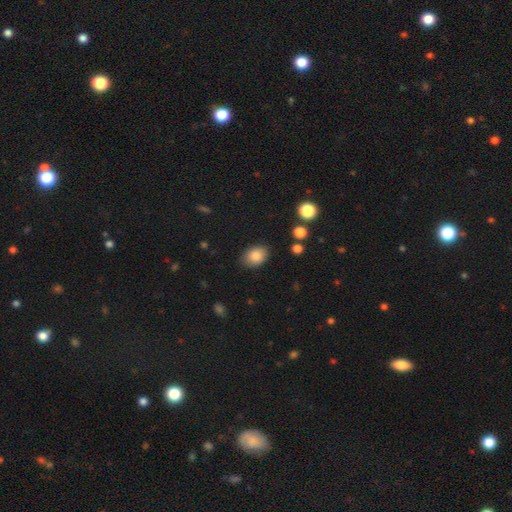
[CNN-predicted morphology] This is clearly a smooth galaxy (84%). How rounded: likely in between (77%). Merging: clearly none (84%).